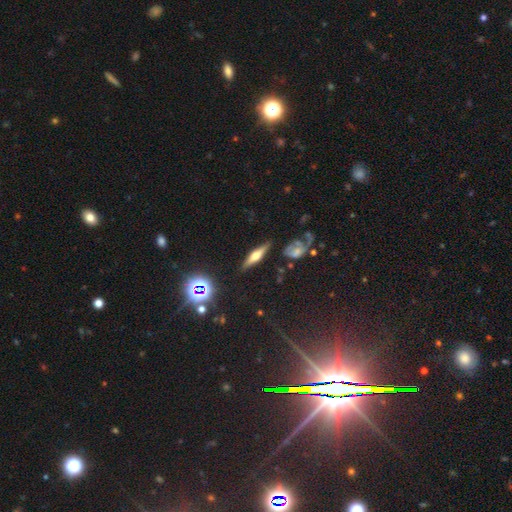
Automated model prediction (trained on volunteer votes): Q: Smooth or featured?
A: featured or disk (57%); runner-up: smooth (32%)
Q: Edge-on disk?
A: yes (92%); runner-up: no (8%)
Q: Edge-on bulge?
A: rounded (91%); runner-up: boxy (6%)
Q: Merging?
A: none (82%); runner-up: minor disturbance (11%)